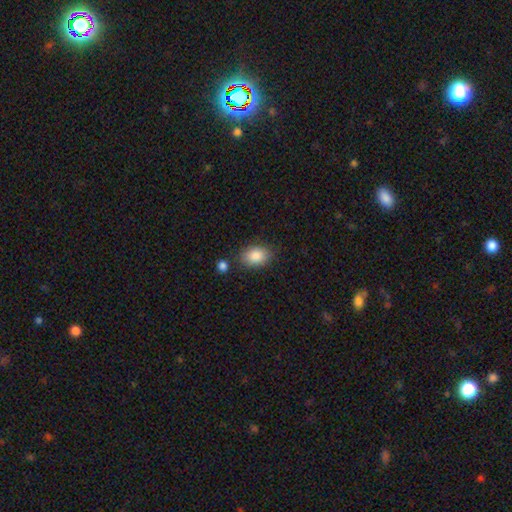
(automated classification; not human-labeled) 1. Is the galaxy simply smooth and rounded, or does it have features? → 87% smooth, 7% star or artifact, 6% featured or disk.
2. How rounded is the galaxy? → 81% in between, 18% round, 1% cigar-shaped.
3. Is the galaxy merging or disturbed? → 78% none, 13% minor disturbance, 5% merger, 4% major disturbance.